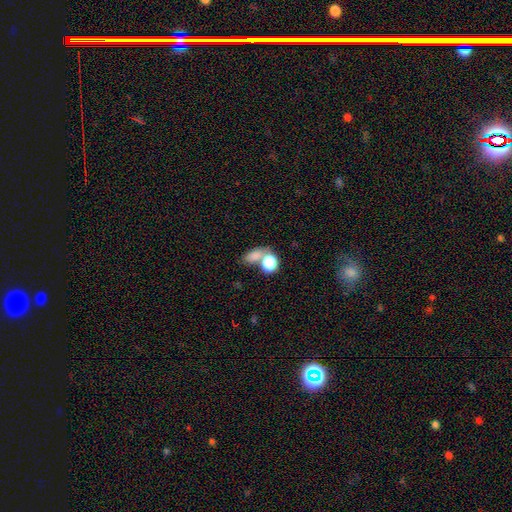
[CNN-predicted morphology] A smooth galaxy with no disk features (79%) that is in between round and cigar-shaped (72%).

Vote fractions:
- Smooth or featured? smooth: 79% / star or artifact: 12% / featured or disk: 9%
- How rounded? in between: 72% / round: 24% / cigar-shaped: 4%
- Merging? merger: 44% / none: 38% / minor disturbance: 10% / major disturbance: 7%